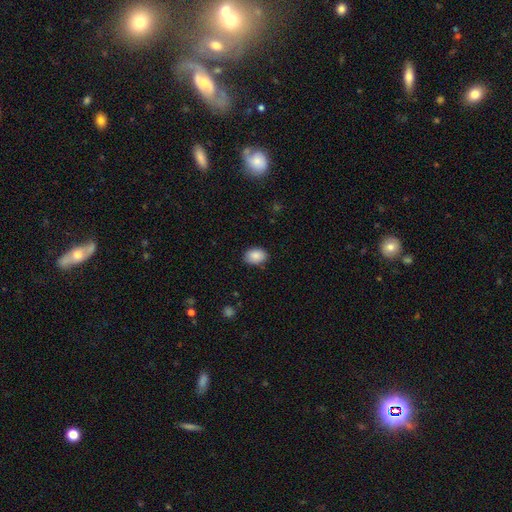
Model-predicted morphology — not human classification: This is clearly a smooth galaxy (89%). How rounded: clearly in between (82%). Merging: clearly none (85%).